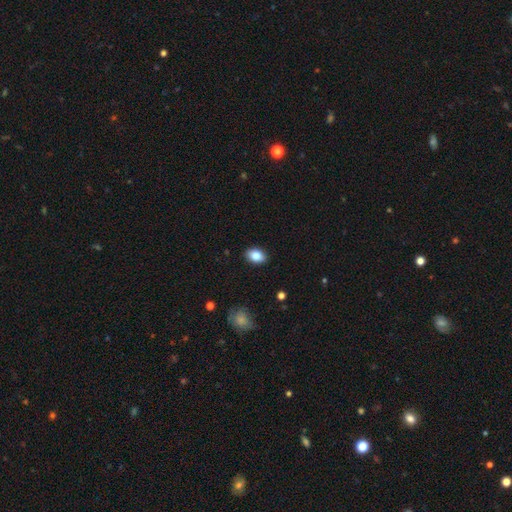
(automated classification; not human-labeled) smooth 85%, star or artifact 8%, featured or disk 7%. Down the decision tree: how rounded — in between (86%); merging — none (89%).